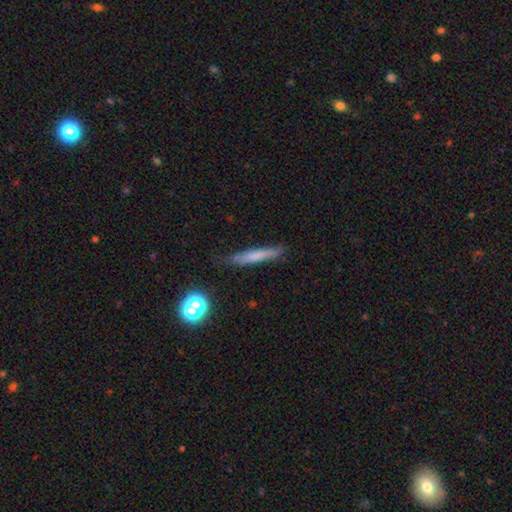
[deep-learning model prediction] This is likely a smooth galaxy (63%). How rounded: clearly cigar-shaped (91%). Merging: likely none (73%).